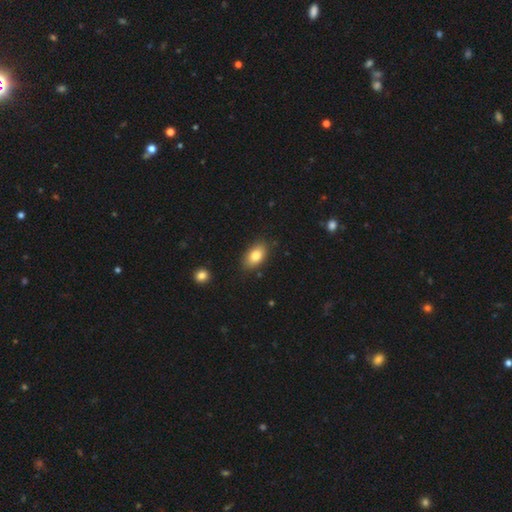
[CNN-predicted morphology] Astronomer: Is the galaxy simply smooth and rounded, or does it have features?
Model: smooth — 81%.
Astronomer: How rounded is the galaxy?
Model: in between — 90%.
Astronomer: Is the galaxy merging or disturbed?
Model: none — 84%.